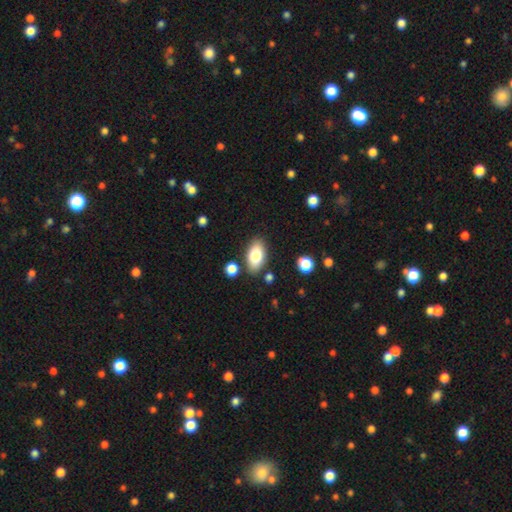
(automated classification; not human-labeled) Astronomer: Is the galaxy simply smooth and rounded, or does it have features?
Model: smooth — 80%.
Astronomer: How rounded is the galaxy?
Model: in between — 92%.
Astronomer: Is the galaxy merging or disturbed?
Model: none — 83%.